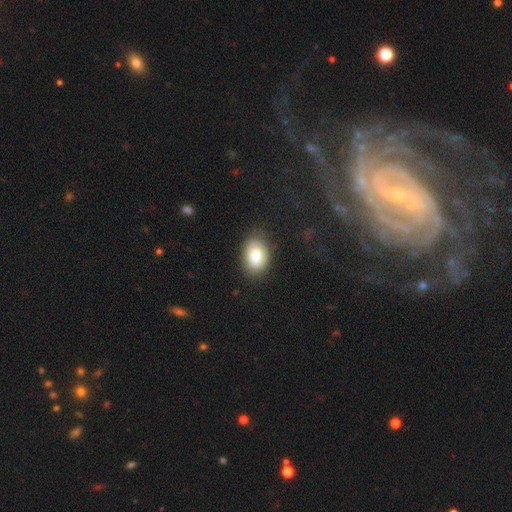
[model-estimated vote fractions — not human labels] This is likely a smooth galaxy (79%). How rounded: clearly in between (82%). Merging: likely none (79%).